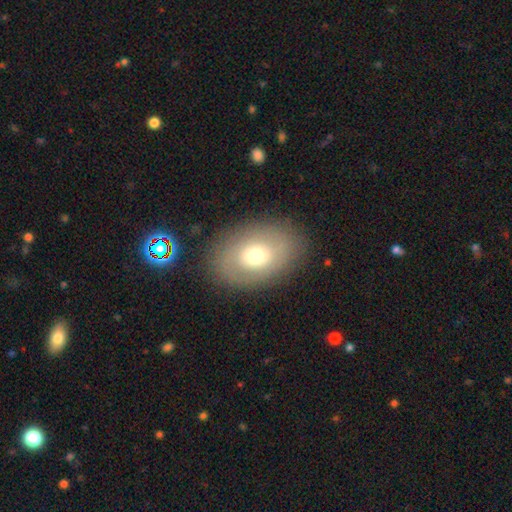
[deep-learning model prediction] Smooth or featured? smooth (56%)
How rounded? in between (78%)
Merging? none (83%)